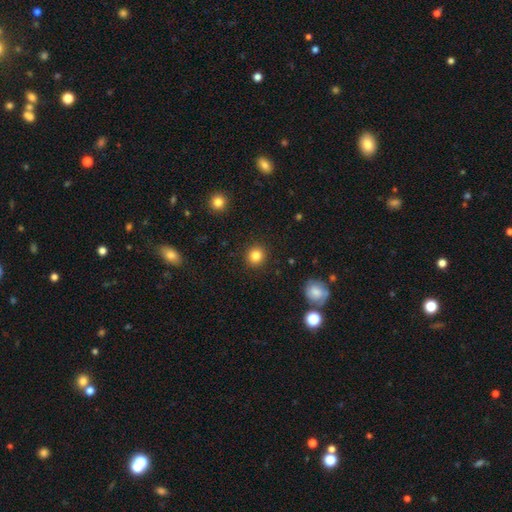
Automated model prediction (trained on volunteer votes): This is clearly a smooth galaxy (84%). How rounded: clearly round (91%). Merging: clearly none (91%).